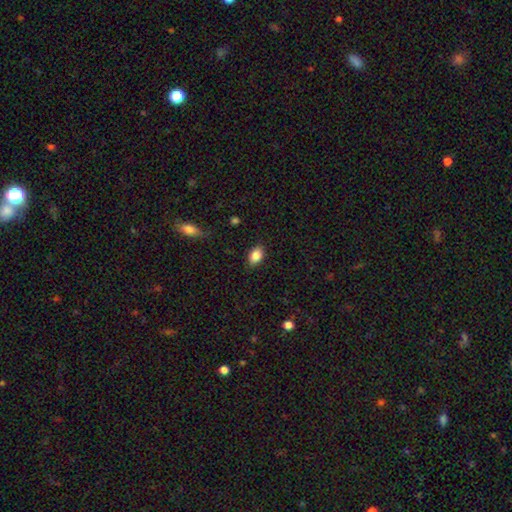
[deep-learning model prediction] Smooth or featured? Predicted: smooth (p=0.85). How rounded? Predicted: in between (p=0.85). Merging? Predicted: none (p=0.85).